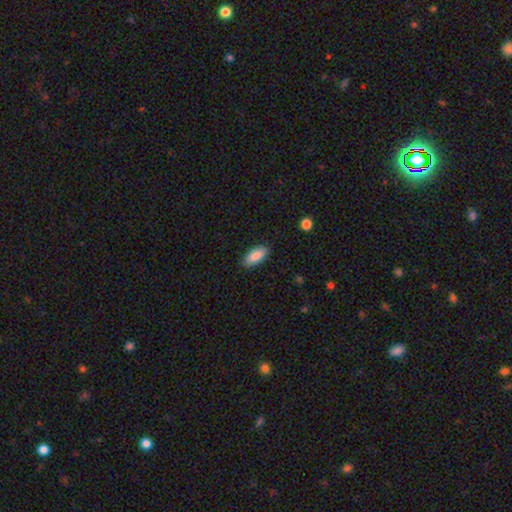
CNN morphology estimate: Smooth or featured? smooth (89%)
How rounded? in between (86%)
Merging? none (87%)